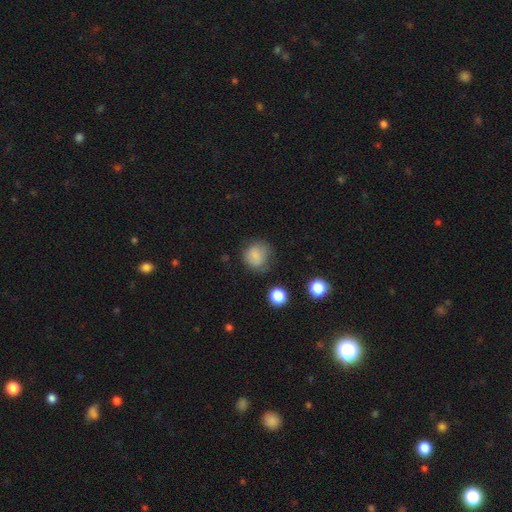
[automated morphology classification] Overall: smooth (81%). How rounded: round (81%). Merging: none (63%; minor disturbance 25%).